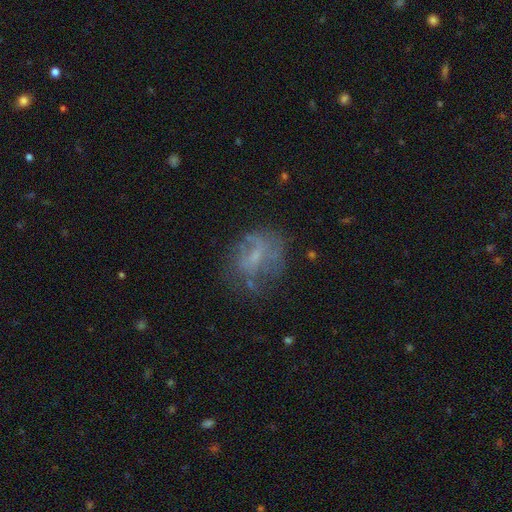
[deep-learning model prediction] Smooth or featured? featured or disk (51%)
Edge-on disk? no (97%)
Merging? none (52%)